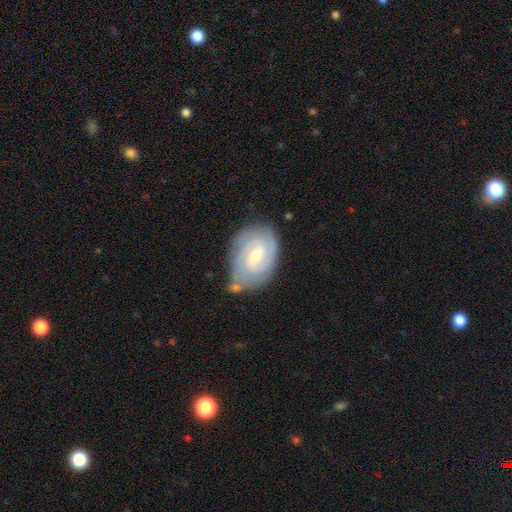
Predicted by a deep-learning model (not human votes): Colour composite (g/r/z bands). It shows a featured or disk galaxy (80%) with a weak bar (61%), 2 (49%) tight (63%) spiral arms (95%) and a small central bulge (52%). Merging: none (68%).